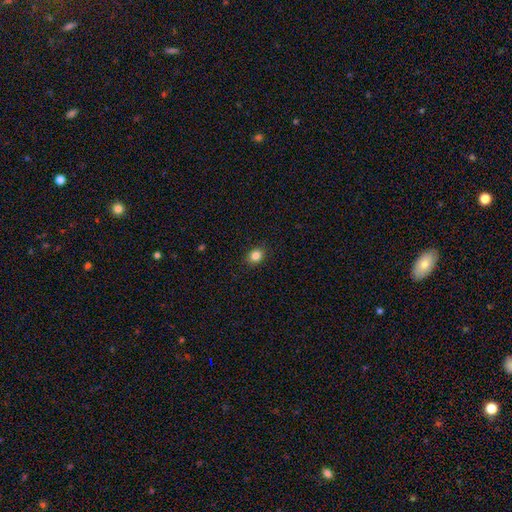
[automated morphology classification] Q: Smooth or featured?
A: smooth (84%); runner-up: star or artifact (11%)
Q: How rounded?
A: round (51%); runner-up: in between (48%)
Q: Merging?
A: none (90%); runner-up: minor disturbance (7%)